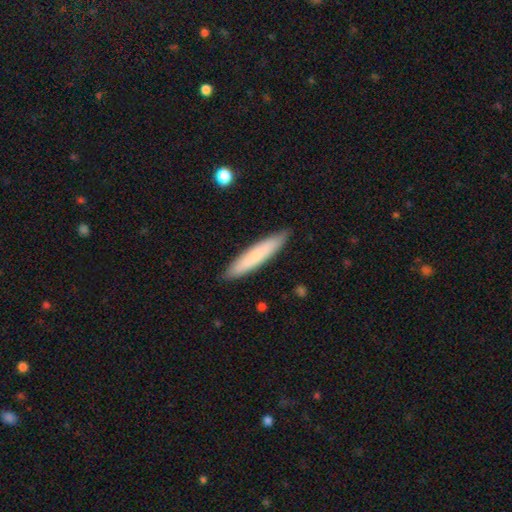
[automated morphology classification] Smooth or featured: smooth — 75% (featured or disk — 20%)
How rounded: cigar-shaped — 89% (in between — 10%)
Merging: none — 89% (minor disturbance — 8%)